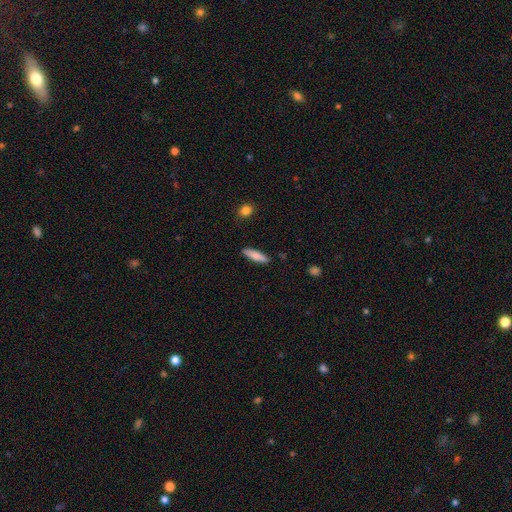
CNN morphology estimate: A smooth galaxy with no disk features (80%) that is cigar-shaped (75%). Merging: none (88%).